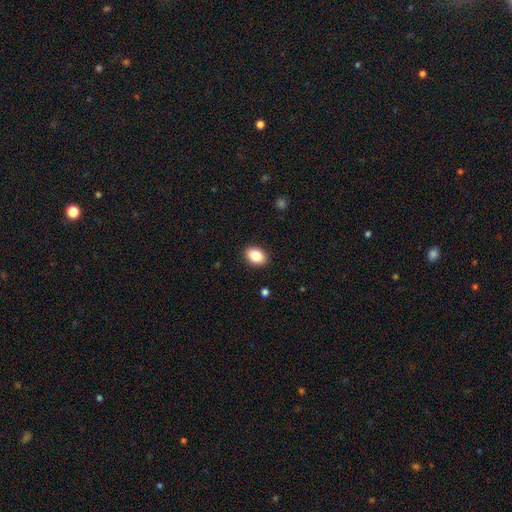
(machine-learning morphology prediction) smooth 86%, star or artifact 8%, featured or disk 6%. Down the decision tree: how rounded — in between (78%); merging — none (90%).